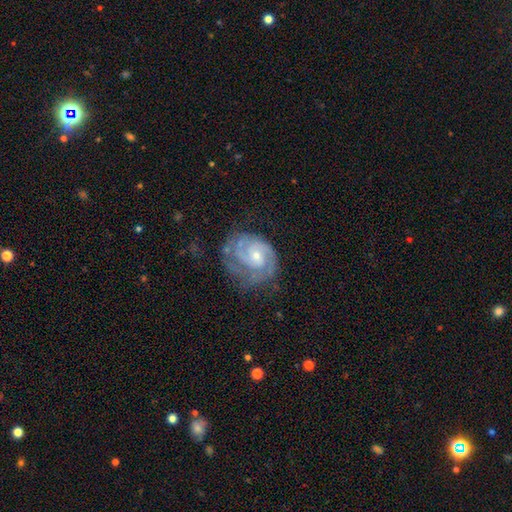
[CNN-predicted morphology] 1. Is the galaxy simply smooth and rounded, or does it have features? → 86% featured or disk, 9% smooth, 5% star or artifact.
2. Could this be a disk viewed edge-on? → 98% no, 2% yes.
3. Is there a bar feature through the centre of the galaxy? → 65% no, 31% weak, 5% strong.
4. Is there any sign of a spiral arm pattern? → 96% yes, 4% no.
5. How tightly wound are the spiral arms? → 54% tight, 38% medium, 8% loose.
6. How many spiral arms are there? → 52% 2, 21% 3, 16% can't tell, 5% 1, 3% 4, 3% more than 4.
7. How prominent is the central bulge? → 61% small, 34% moderate, 2% none, 2% large, 1% dominant.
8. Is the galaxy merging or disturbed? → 55% none, 25% minor disturbance, 18% major disturbance, 3% merger.